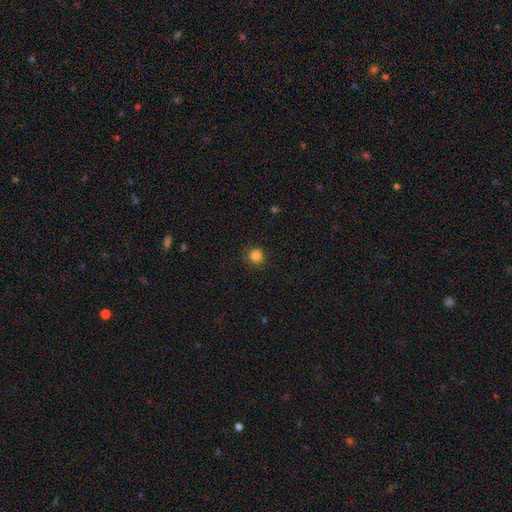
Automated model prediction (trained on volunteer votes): Q: Smooth or featured?
A: smooth (85%); runner-up: star or artifact (12%)
Q: How rounded?
A: round (93%); runner-up: in between (6%)
Q: Merging?
A: none (89%); runner-up: minor disturbance (8%)